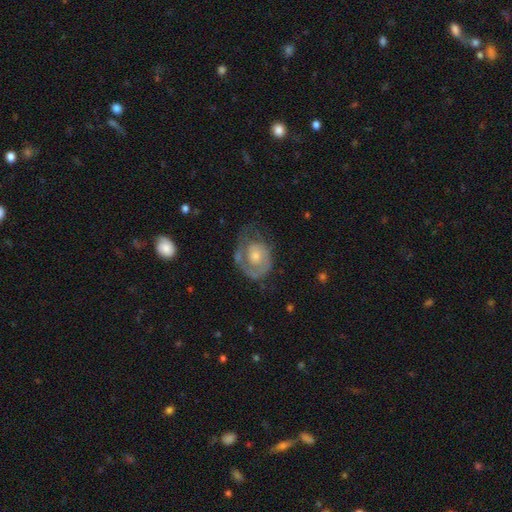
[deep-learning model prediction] Smooth or featured? featured or disk (75%)
Edge-on disk? no (97%)
Bar? no (78%)
Spiral arms? yes (86%)
Spiral winding? tight (60%)
Spiral arm count? 1 (60%)
Bulge size? moderate (52%)
Merging? none (53%)